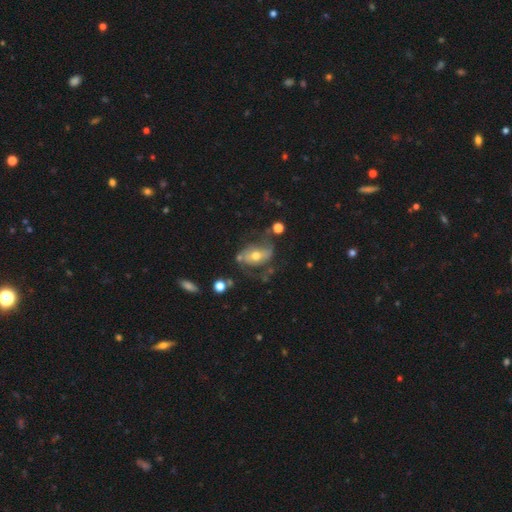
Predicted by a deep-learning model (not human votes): A featured or disk galaxy (63%) with no bar (48%), spiral arms (69%) and a moderate central bulge (69%). Merging: none (47%).